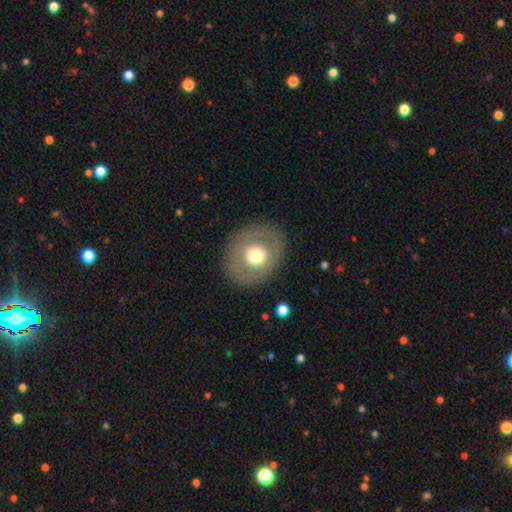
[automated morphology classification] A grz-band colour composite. It shows a smooth galaxy with no disk features (54%) that is round (73%). Merging: none (84%).